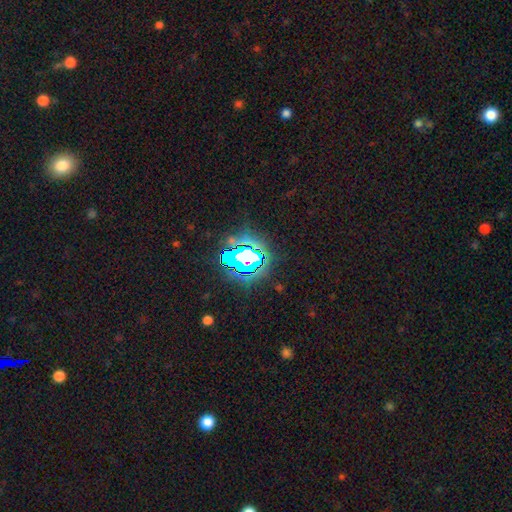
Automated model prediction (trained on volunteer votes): star or artifact 70%, smooth 17%, featured or disk 13%.